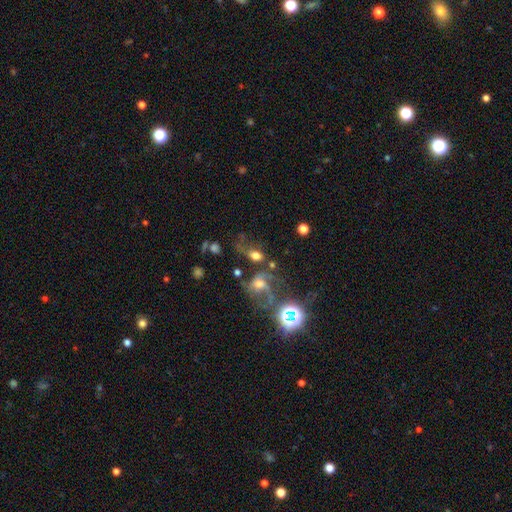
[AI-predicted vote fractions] smooth 52%, featured or disk 28%, star or artifact 20%. Down the decision tree: how rounded — in between (66%); merging — none (31%).